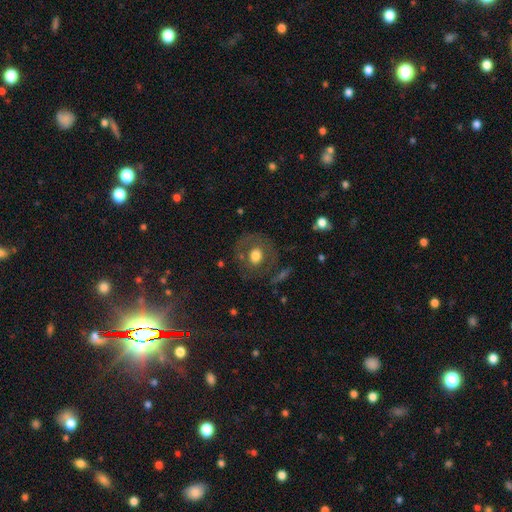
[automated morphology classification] Smooth or featured: smooth — 56% (featured or disk — 35%)
How rounded: round — 78% (in between — 21%)
Merging: none — 72% (minor disturbance — 15%)